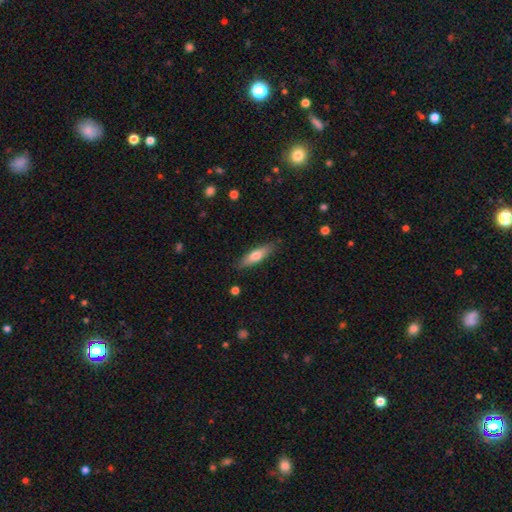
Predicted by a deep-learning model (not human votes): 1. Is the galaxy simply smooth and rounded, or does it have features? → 68% smooth, 26% featured or disk, 6% star or artifact.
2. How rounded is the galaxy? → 60% cigar-shaped, 38% in between, 2% round.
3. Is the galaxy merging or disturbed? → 86% none, 11% minor disturbance, 2% major disturbance, 1% merger.